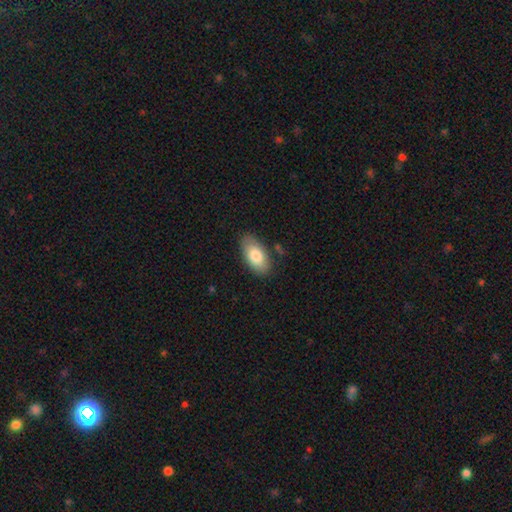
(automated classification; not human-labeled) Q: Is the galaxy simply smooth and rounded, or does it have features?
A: smooth — 81%.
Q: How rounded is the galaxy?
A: in between — 94%.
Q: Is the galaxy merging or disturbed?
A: none — 82%.